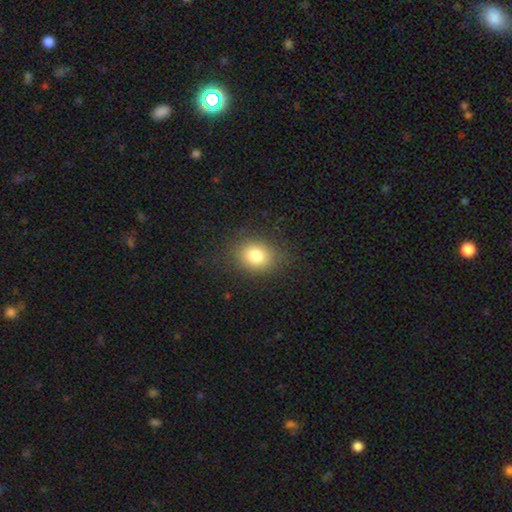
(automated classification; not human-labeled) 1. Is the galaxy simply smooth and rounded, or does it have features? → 81% smooth, 11% star or artifact, 8% featured or disk.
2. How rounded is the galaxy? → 56% round, 43% in between, 1% cigar-shaped.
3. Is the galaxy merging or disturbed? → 83% none, 11% minor disturbance, 5% major disturbance, 1% merger.